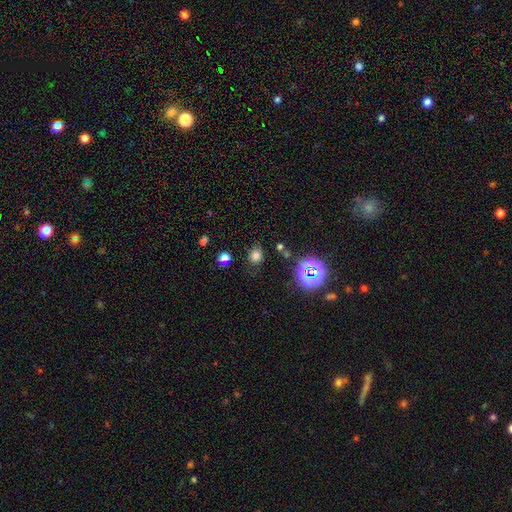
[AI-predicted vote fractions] Smooth or featured?
  - smooth: 72% *
  - star or artifact: 21%
  - featured or disk: 6%
How rounded?
  - round: 58% *
  - in between: 41%
  - cigar-shaped: 1%
Merging?
  - none: 77% *
  - minor disturbance: 15%
  - major disturbance: 5%
  - merger: 4%